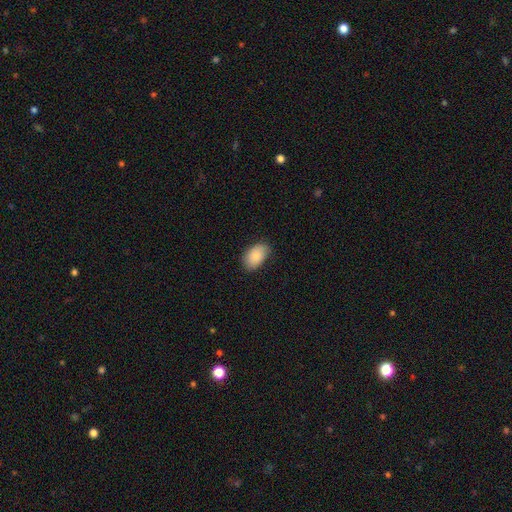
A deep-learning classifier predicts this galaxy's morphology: smooth 86%, featured or disk 7%, star or artifact 6%. Down the decision tree: how rounded — in between (91%); merging — none (77%).